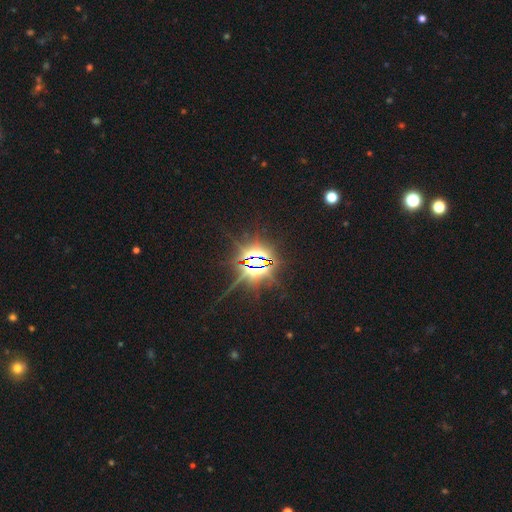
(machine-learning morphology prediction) star or artifact 84%, featured or disk 10%, smooth 7%.